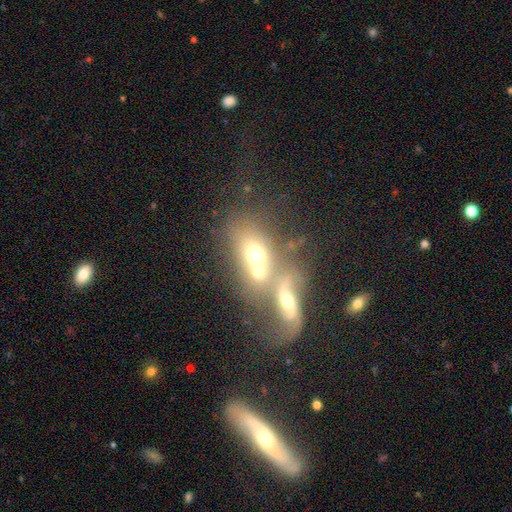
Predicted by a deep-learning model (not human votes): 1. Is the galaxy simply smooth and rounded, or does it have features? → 47% smooth, 39% featured or disk, 14% star or artifact.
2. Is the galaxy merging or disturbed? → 70% merger, 15% none, 9% major disturbance, 6% minor disturbance.